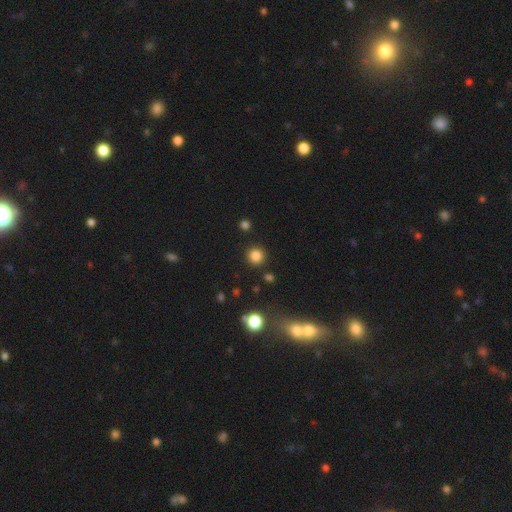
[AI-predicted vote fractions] A smooth galaxy with no disk features (84%) that is round (94%).

Vote fractions:
- Smooth or featured? smooth: 84% / star or artifact: 12% / featured or disk: 4%
- How rounded? round: 94% / in between: 5% / cigar-shaped: 1%
- Merging? none: 90% / minor disturbance: 5% / major disturbance: 2% / merger: 2%